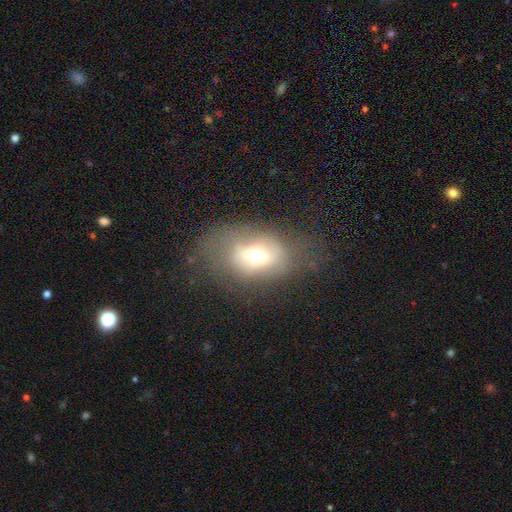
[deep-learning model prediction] smooth-or-featured: smooth: 58% | featured or disk: 30% | star or artifact: 12%
  how-rounded: in between: 79% | round: 19% | cigar-shaped: 2%
  merging: none: 48% | minor disturbance: 27% | major disturbance: 22% | merger: 2%